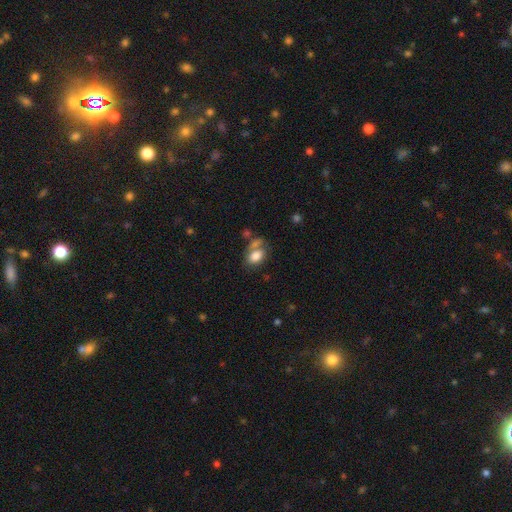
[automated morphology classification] A smooth galaxy with no disk features (80%) that is in between round and cigar-shaped (81%).

Vote fractions:
- Smooth or featured? smooth: 80% / featured or disk: 11% / star or artifact: 9%
- How rounded? in between: 81% / round: 18% / cigar-shaped: 1%
- Merging? none: 45% / merger: 29% / minor disturbance: 17% / major disturbance: 9%